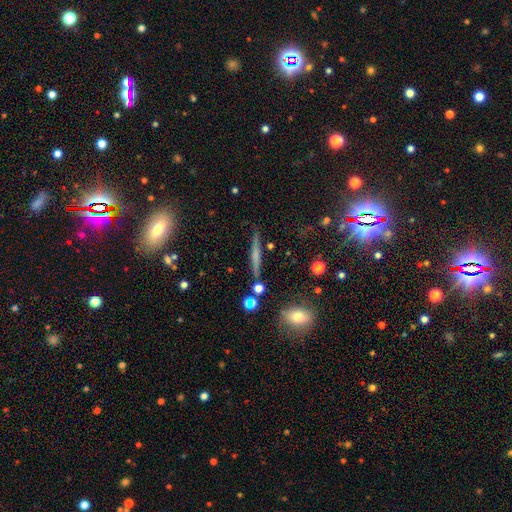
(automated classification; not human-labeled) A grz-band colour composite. It shows a featured or disk galaxy (51%) viewed edge-on (95%). Merging: none (85%).